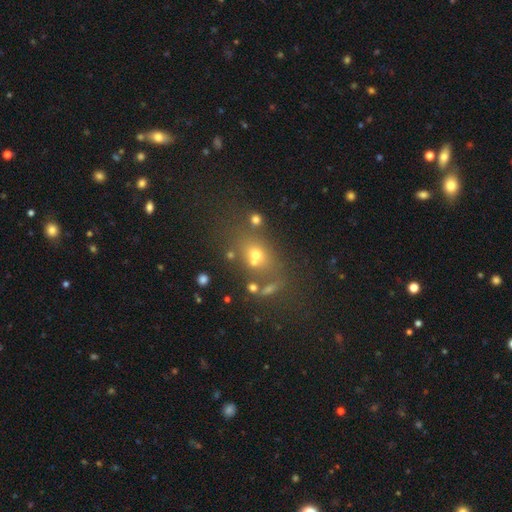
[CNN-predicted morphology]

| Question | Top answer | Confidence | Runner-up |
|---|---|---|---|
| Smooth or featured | smooth | 57% | star or artifact (24%) |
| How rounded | round | 51% | in between (46%) |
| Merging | none | 52% | merger (26%) |